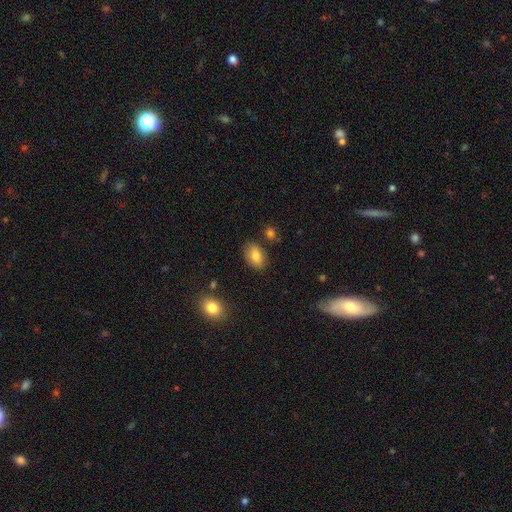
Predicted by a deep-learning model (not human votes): This appears to be a smooth galaxy with no disk features (81%) that is in between round and cigar-shaped (89%). Merging: none (82%).